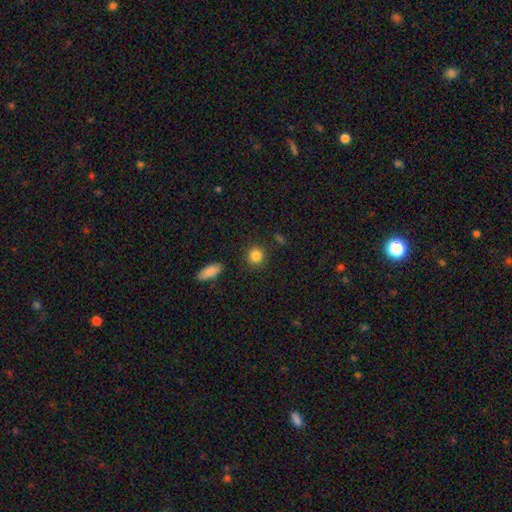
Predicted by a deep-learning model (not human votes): smooth-or-featured: smooth: 86% | star or artifact: 10% | featured or disk: 5%
  how-rounded: round: 87% | in between: 12% | cigar-shaped: 1%
  merging: none: 88% | minor disturbance: 7% | merger: 2% | major disturbance: 2%